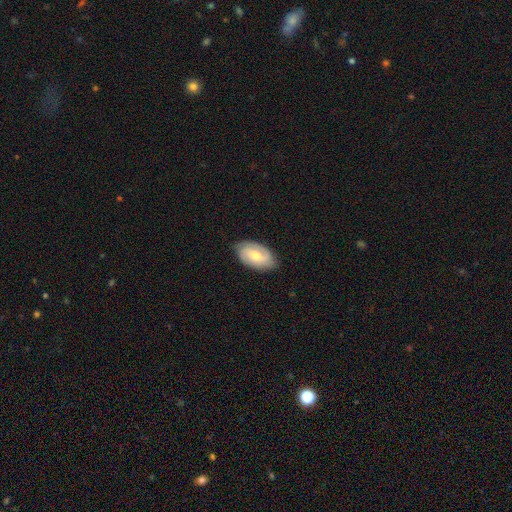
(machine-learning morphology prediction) A featured or disk galaxy (56%) with no bar (48%), spiral arms (85%) and a moderate central bulge (60%). Merging: none (80%).